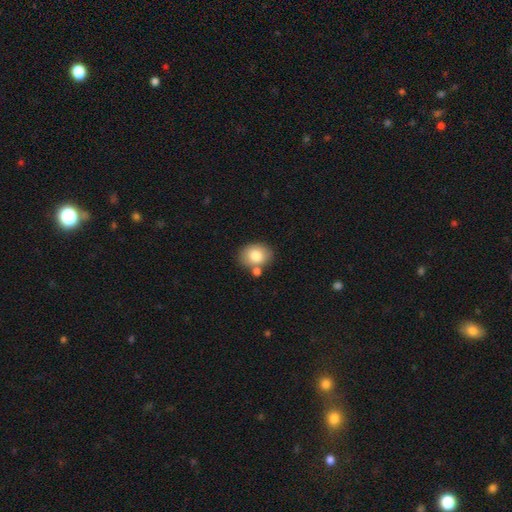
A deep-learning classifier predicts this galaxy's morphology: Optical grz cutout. It shows a smooth galaxy with no disk features (81%) that is in between round and cigar-shaped (58%). Merging: none (68%).